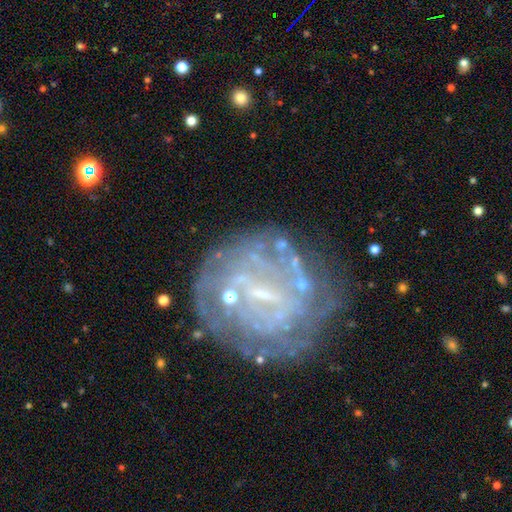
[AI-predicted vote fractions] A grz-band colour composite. It shows a featured or disk galaxy (76%) with a weak bar (43%), tight (55%) spiral arms (72%) and a small central bulge (54%). Merging: none (55%).